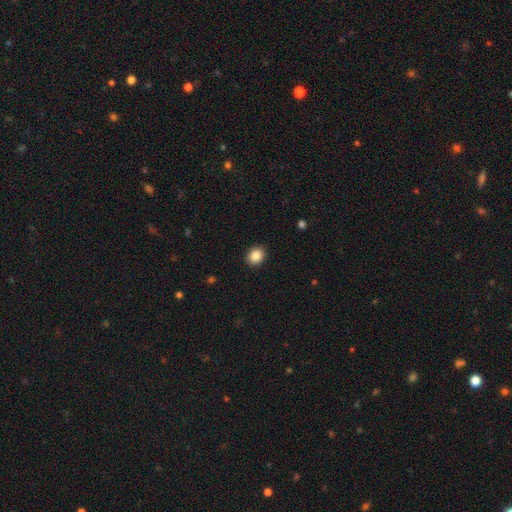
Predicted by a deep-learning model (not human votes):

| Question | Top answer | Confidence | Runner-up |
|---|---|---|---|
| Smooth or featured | smooth | 86% | star or artifact (9%) |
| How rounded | round | 61% | in between (39%) |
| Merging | none | 91% | minor disturbance (6%) |